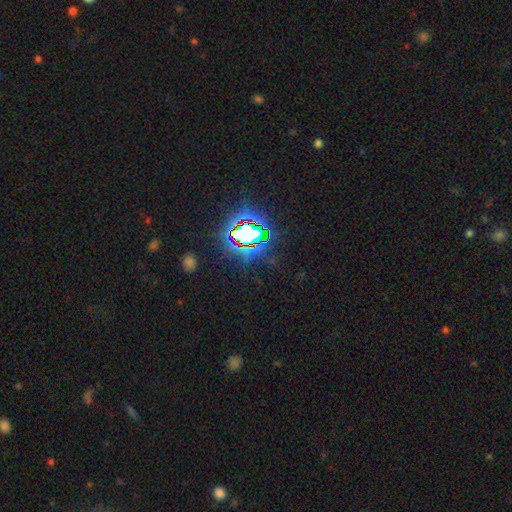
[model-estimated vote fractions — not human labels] smooth_or_featured: star or artifact (p=0.83) [alt: smooth p=0.11]